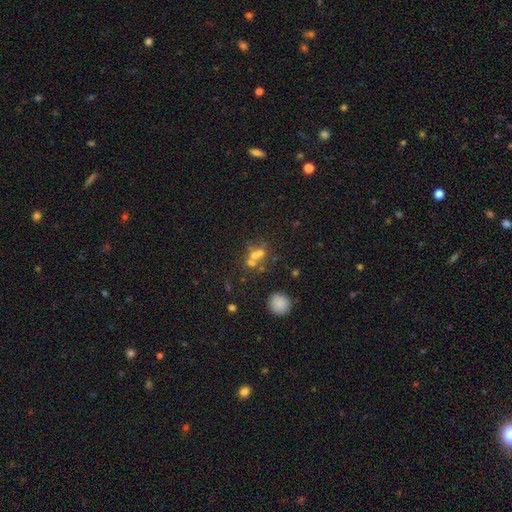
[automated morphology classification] Overall: smooth (49%; featured or disk 28%). Merging: merger (49%; none 36%).